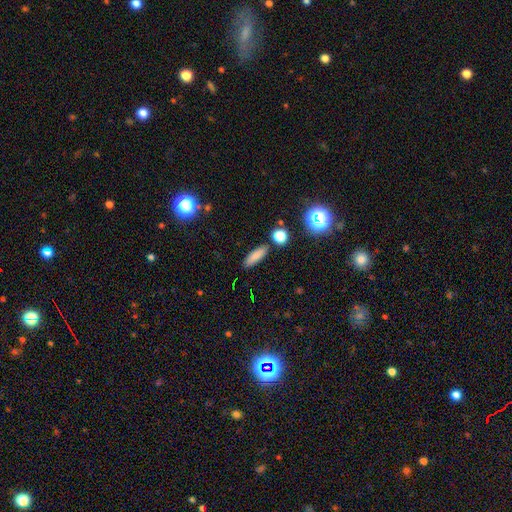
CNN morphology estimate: Smooth or featured?
  - smooth: 81% *
  - star or artifact: 11%
  - featured or disk: 8%
How rounded?
  - cigar-shaped: 57% *
  - in between: 38%
  - round: 5%
Merging?
  - none: 85% *
  - minor disturbance: 9%
  - merger: 4%
  - major disturbance: 2%